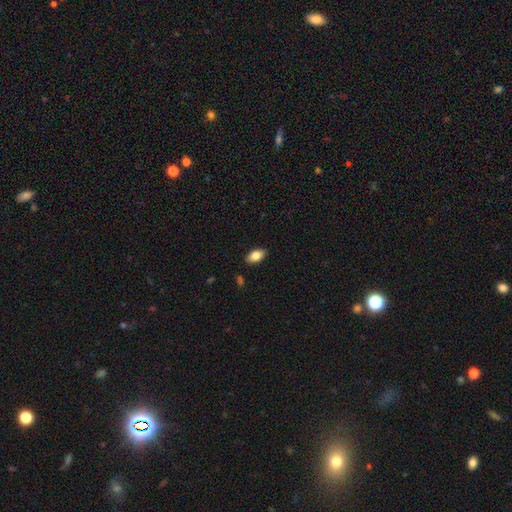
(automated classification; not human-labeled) Smooth or featured? Predicted: smooth (p=0.83). How rounded? Predicted: in between (p=0.92). Merging? Predicted: none (p=0.87).